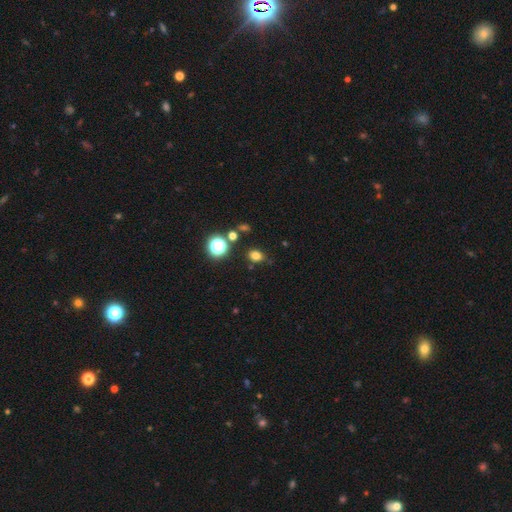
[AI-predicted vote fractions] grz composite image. It shows a smooth galaxy with no disk features (76%) that is in between round and cigar-shaped (55%). Merging: none (80%).